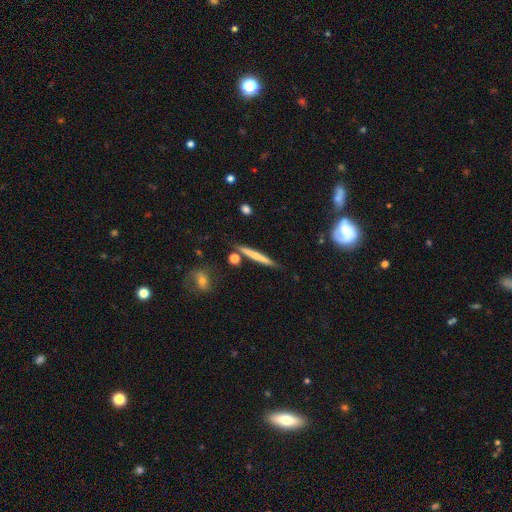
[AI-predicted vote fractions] A smooth galaxy with no disk features (58%) that is cigar-shaped (95%). Merging: none (83%).